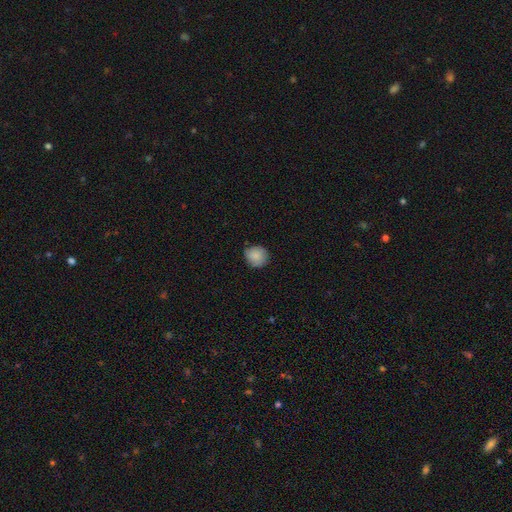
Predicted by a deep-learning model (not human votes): Smooth or featured?
  - smooth: 86% *
  - star or artifact: 8%
  - featured or disk: 7%
How rounded?
  - round: 86% *
  - in between: 13%
  - cigar-shaped: 1%
Merging?
  - none: 78% *
  - minor disturbance: 17%
  - major disturbance: 3%
  - merger: 1%